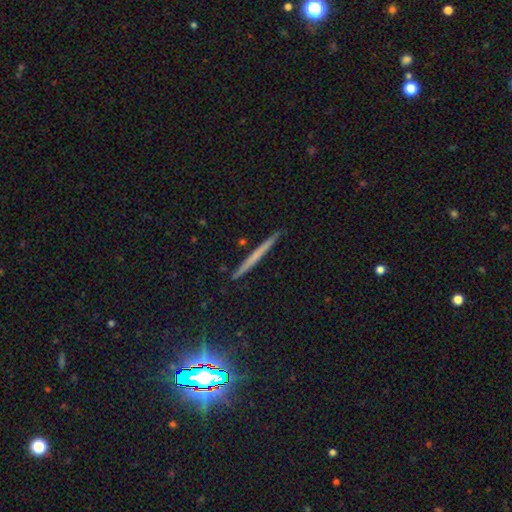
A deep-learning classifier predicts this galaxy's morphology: Q: Smooth or featured?
A: smooth (45%); runner-up: featured or disk (43%)
Q: Merging?
A: none (91%); runner-up: minor disturbance (6%)